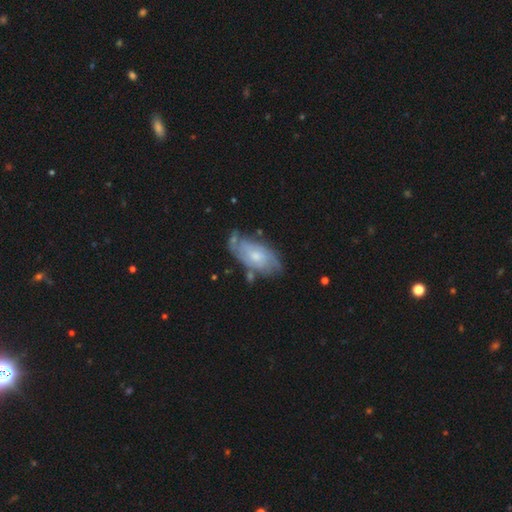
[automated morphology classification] featured or disk 68%, smooth 26%, star or artifact 6%. Down the decision tree: edge-on disk — no (93%); bar — no (68%); spiral arms — yes (85%); spiral arm count — can't tell (44%); spiral winding — tight (53%); bulge size — small (47%); merging — none (59%).